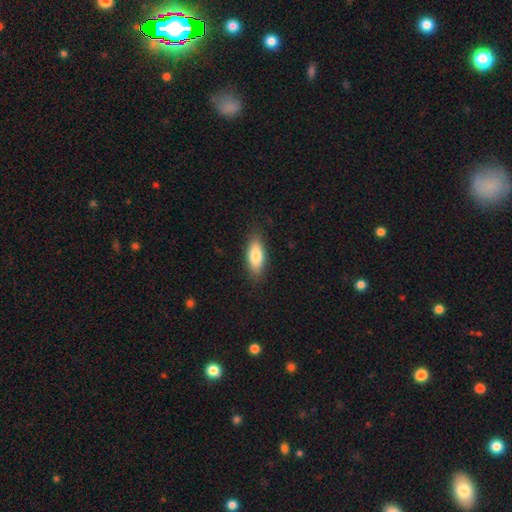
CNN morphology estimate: smooth_or_featured: smooth (p=0.79) [alt: featured or disk p=0.15]
how_rounded: in between (p=0.74) [alt: cigar-shaped p=0.23]
merging: none (p=0.86) [alt: minor disturbance p=0.11]